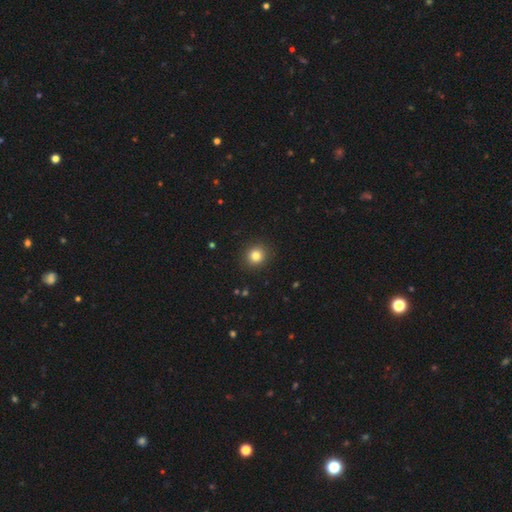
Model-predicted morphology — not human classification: This appears to be a smooth galaxy with no disk features (83%) that is round (87%). Merging: none (91%).